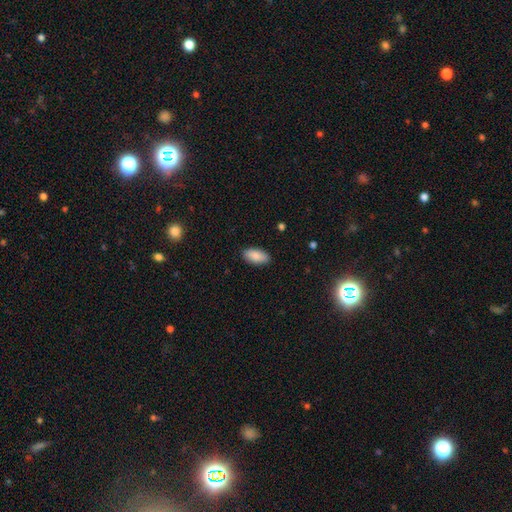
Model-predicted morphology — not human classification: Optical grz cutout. It shows a smooth galaxy with no disk features (88%) that is in between round and cigar-shaped (91%). Merging: none (89%).